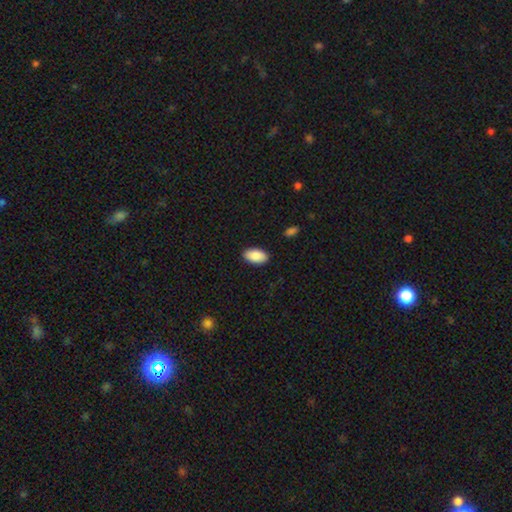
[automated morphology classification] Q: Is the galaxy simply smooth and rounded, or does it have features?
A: smooth — 90%.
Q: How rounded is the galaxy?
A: in between — 95%.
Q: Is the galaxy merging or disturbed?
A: none — 89%.